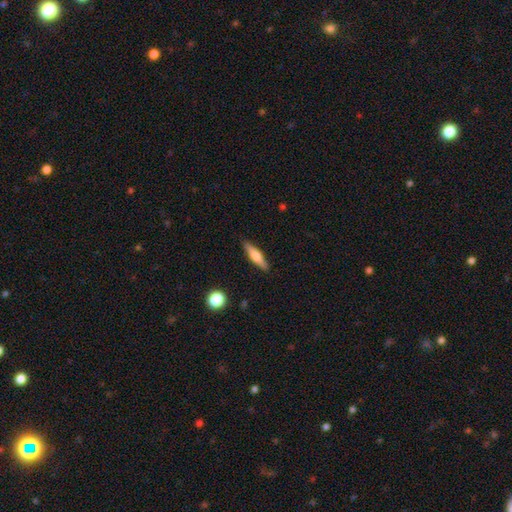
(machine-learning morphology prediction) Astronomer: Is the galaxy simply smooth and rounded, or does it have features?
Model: smooth — 50% (runner-up: featured or disk, 44%).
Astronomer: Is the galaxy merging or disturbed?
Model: none — 89%.